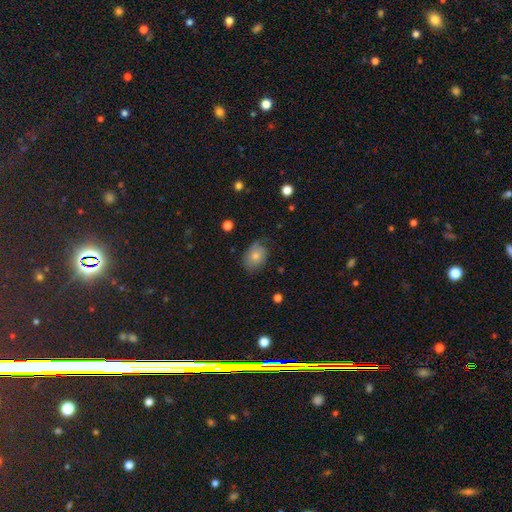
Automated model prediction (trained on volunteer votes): The model was most divided on "merging": none: 62%, minor disturbance: 28%, major disturbance: 8%, merger: 1%. More confident: smooth or featured — smooth (69%); how rounded — in between (68%).